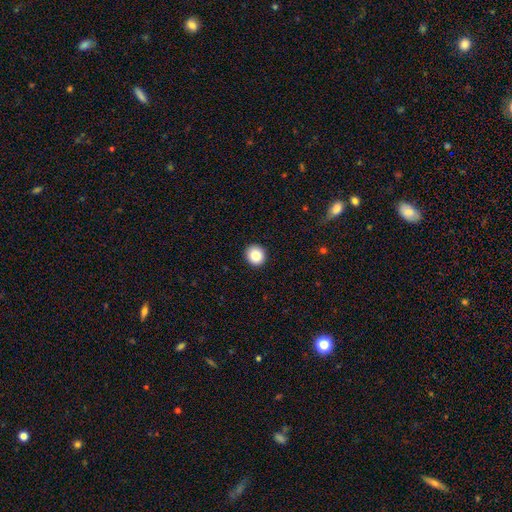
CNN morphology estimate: Q: Smooth or featured?
A: smooth (86%); runner-up: star or artifact (9%)
Q: How rounded?
A: round (91%); runner-up: in between (8%)
Q: Merging?
A: none (93%); runner-up: minor disturbance (5%)